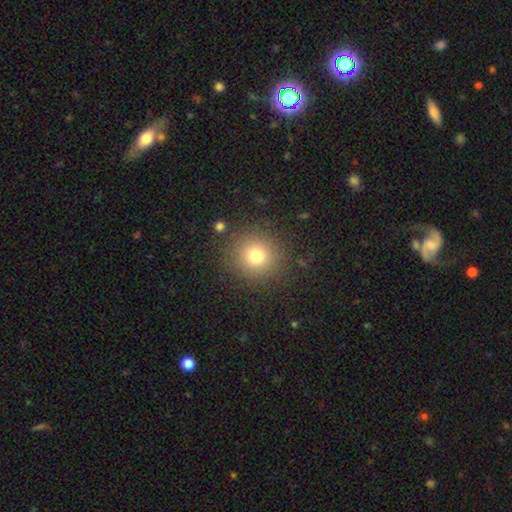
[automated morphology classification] Q: Smooth or featured?
A: smooth (76%); runner-up: star or artifact (15%)
Q: How rounded?
A: round (93%); runner-up: in between (6%)
Q: Merging?
A: none (88%); runner-up: minor disturbance (7%)